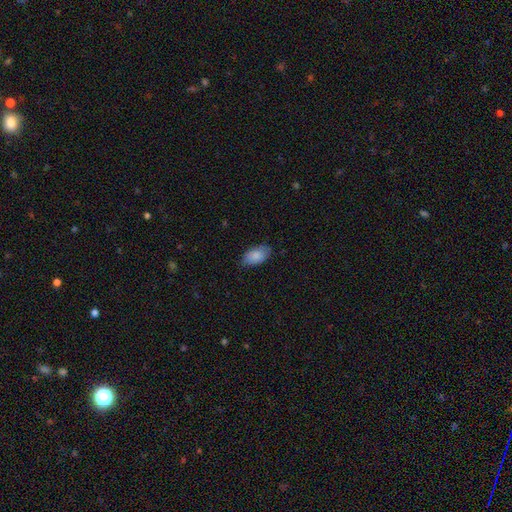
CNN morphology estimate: Q: Smooth or featured?
A: smooth (87%); runner-up: featured or disk (6%)
Q: How rounded?
A: in between (94%); runner-up: round (4%)
Q: Merging?
A: none (79%); runner-up: minor disturbance (17%)